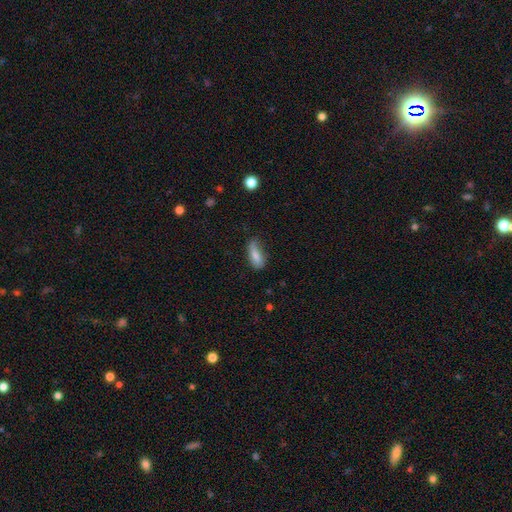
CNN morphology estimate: Smooth or featured: smooth — 77% (featured or disk — 16%)
How rounded: in between — 70% (cigar-shaped — 27%)
Merging: none — 57% (minor disturbance — 32%)